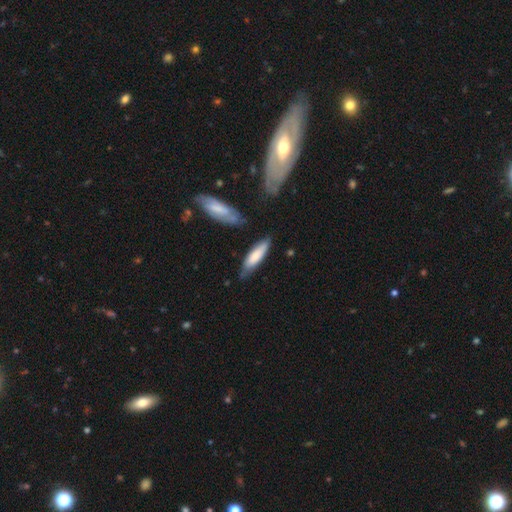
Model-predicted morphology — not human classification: A smooth galaxy with no disk features (72%) that is cigar-shaped (59%). Merging: none (64%).